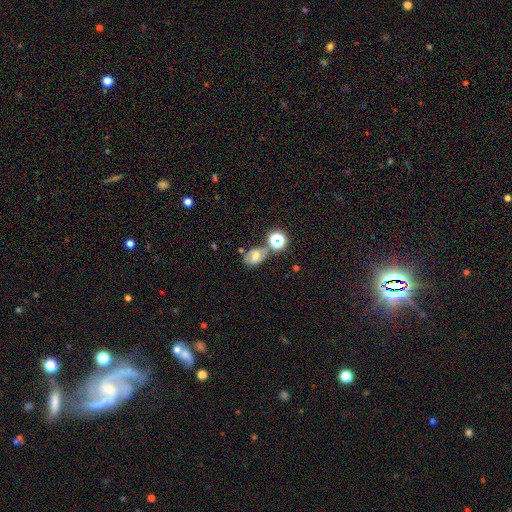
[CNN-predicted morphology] Smooth or featured: smooth — 40% (star or artifact — 31%)
Merging: none — 61% (minor disturbance — 16%)